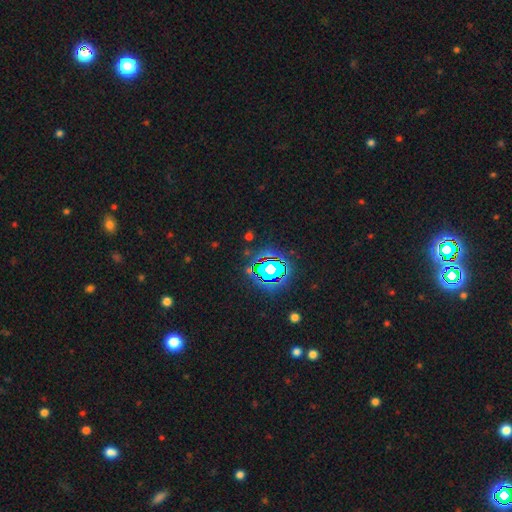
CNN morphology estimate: The model was most divided on "smooth or featured": star or artifact: 82%, smooth: 11%, featured or disk: 7%.